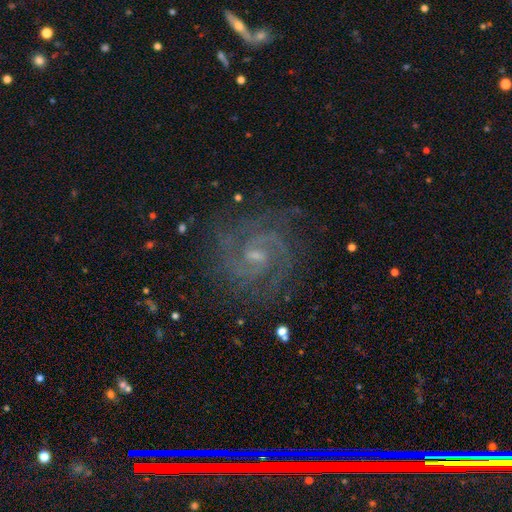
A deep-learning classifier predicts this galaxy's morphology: This is clearly a featured or disk galaxy (90%). It is clearly not viewed edge-on (98%). Bar: likely weak (60%). Spiral arm pattern: clearly yes (98%). Spiral arm count: likely 2 (74%). Spiral winding: possibly tight (48%). Central bulge: likely small (62%). Merging: likely none (79%).